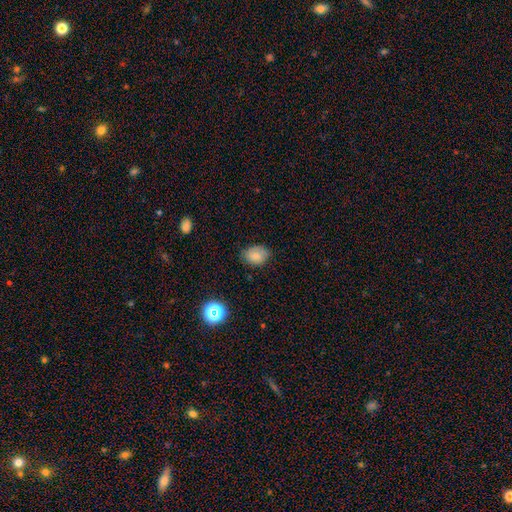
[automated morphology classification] A smooth galaxy with no disk features (77%) that is in between round and cigar-shaped (70%). Merging: none (74%).